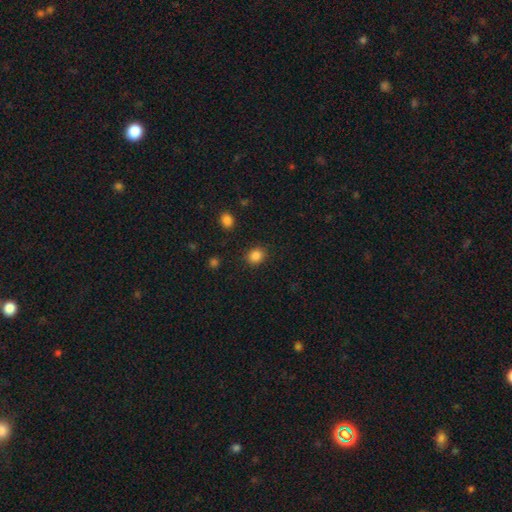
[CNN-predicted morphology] A smooth galaxy with no disk features (86%) that is round (70%).

Vote fractions:
- Smooth or featured? smooth: 86% / star or artifact: 10% / featured or disk: 4%
- How rounded? round: 70% / in between: 29% / cigar-shaped: 1%
- Merging? none: 88% / minor disturbance: 8% / major disturbance: 3% / merger: 2%